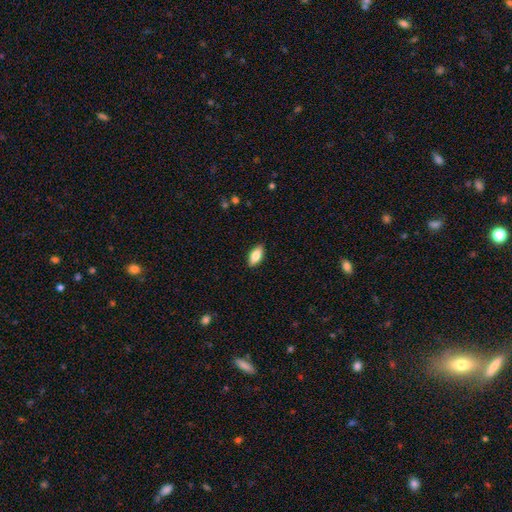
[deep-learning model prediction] The model was most divided on "smooth or featured": smooth: 80%, featured or disk: 14%, star or artifact: 7%. More confident: merging — none (89%); how rounded — in between (87%).